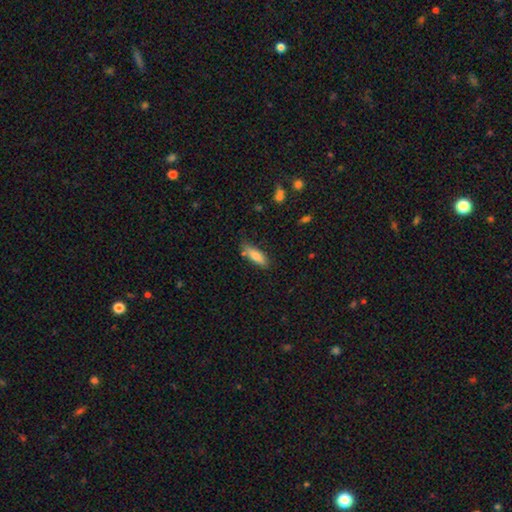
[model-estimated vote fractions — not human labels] Overall: smooth (78%). How rounded: in between (50%; cigar-shaped 48%). Merging: none (74%).